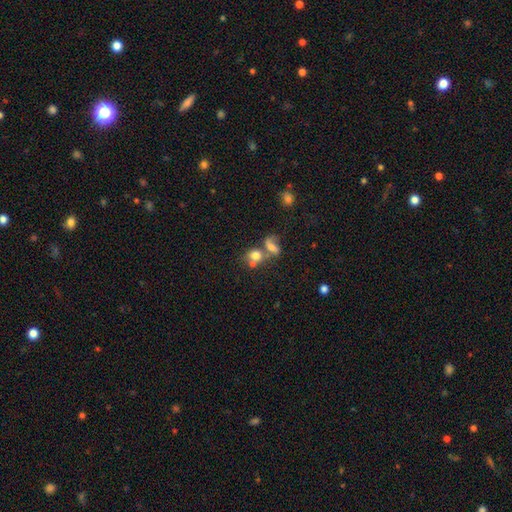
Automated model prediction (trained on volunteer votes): This appears to be a smooth galaxy with no disk features (70%) that is round (58%). Merging: merger (51%).